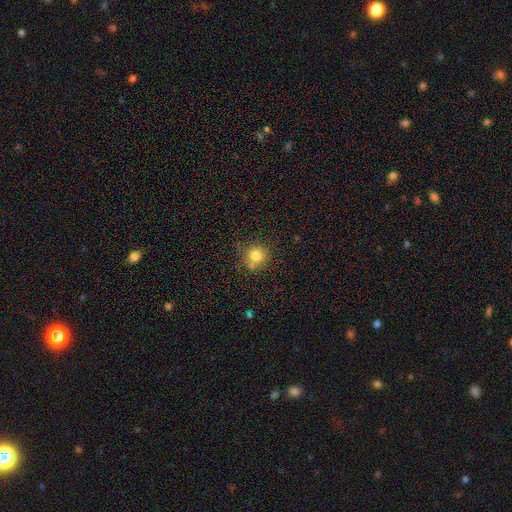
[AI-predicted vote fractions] Morphology: type=smooth (78%); roundness=round (90%); merging=none (70%).